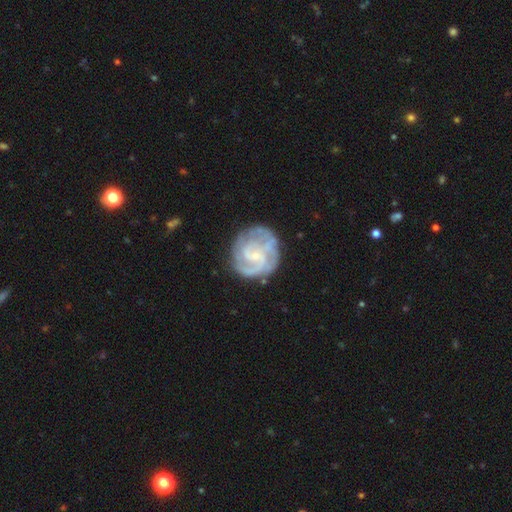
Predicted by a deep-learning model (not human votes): Smooth or featured: featured or disk — 83% (smooth — 12%)
Edge-on disk: no — 98% (yes — 2%)
Bar: no — 52% (weak — 40%)
Spiral arms: yes — 94% (no — 6%)
Spiral winding: tight — 51% (medium — 37%)
Spiral arm count: 2 — 27% (tied with 3 — 27%)
Bulge size: small — 72% (moderate — 16%)
Merging: none — 71% (minor disturbance — 17%)